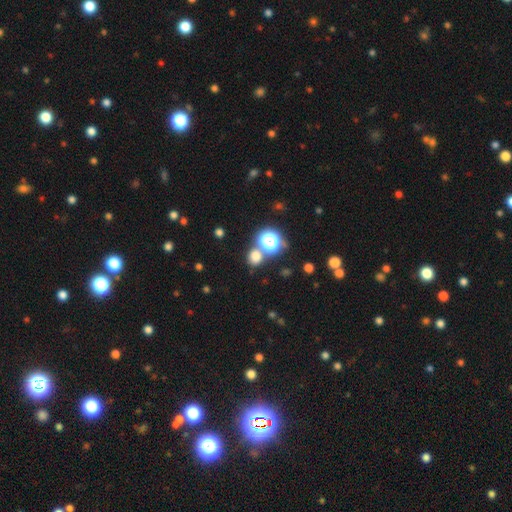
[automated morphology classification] A smooth galaxy with no disk features (69%) that is round (83%). Merging: none (70%).